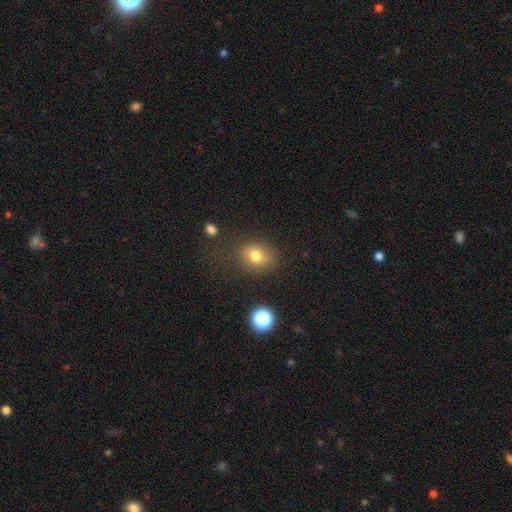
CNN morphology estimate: smooth-or-featured: smooth: 77% | star or artifact: 13% | featured or disk: 10%
  how-rounded: round: 54% | in between: 44% | cigar-shaped: 1%
  merging: none: 76% | minor disturbance: 15% | major disturbance: 7% | merger: 3%